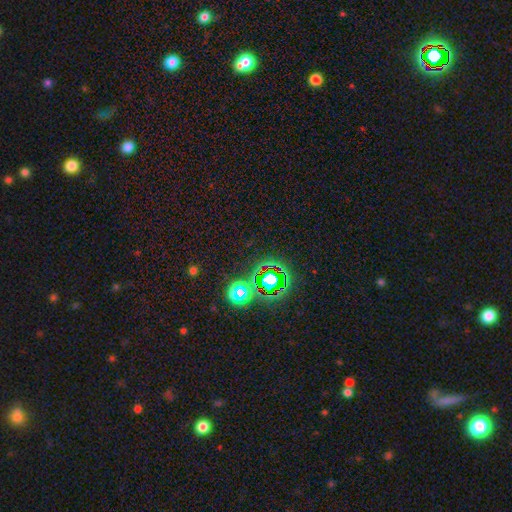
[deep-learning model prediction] Overall: star or artifact (73%).